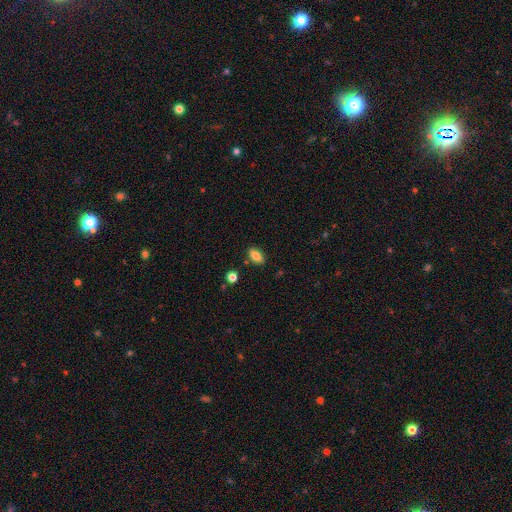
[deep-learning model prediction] Morphology: type=smooth (83%); roundness=in between (88%); merging=none (85%).